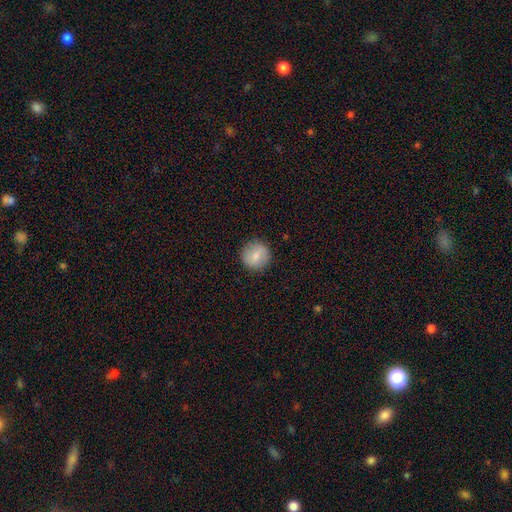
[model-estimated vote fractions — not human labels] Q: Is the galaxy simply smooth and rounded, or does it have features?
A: smooth — 76%.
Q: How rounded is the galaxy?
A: round — 94%.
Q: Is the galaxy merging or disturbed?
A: none — 89%.